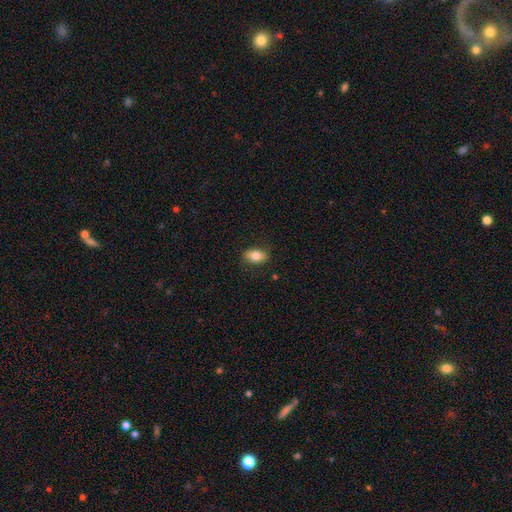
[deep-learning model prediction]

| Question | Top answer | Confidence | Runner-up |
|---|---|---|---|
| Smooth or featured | smooth | 81% | featured or disk (11%) |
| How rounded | in between | 84% | round (13%) |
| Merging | none | 84% | minor disturbance (12%) |